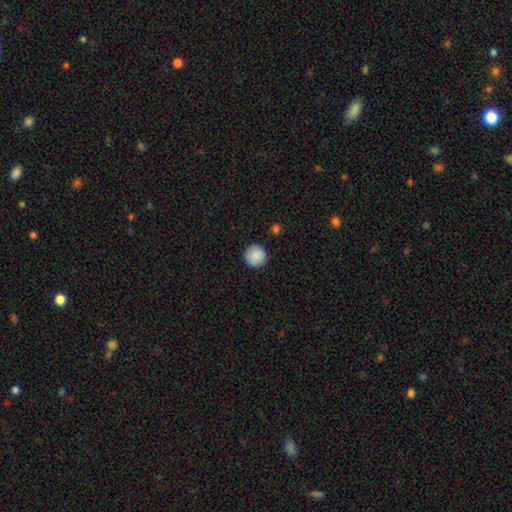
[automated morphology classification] Smooth or featured? smooth (88%)
How rounded? round (96%)
Merging? none (91%)